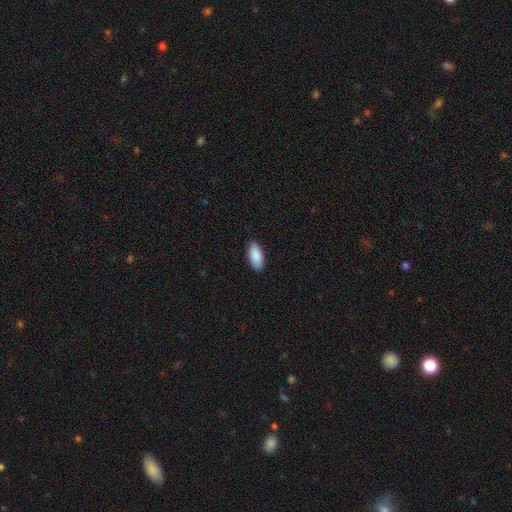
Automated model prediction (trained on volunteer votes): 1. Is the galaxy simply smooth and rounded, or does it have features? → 89% smooth, 6% star or artifact, 5% featured or disk.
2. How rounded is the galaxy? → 92% in between, 7% cigar-shaped, 2% round.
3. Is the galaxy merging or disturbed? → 86% none, 11% minor disturbance, 2% major disturbance, 1% merger.